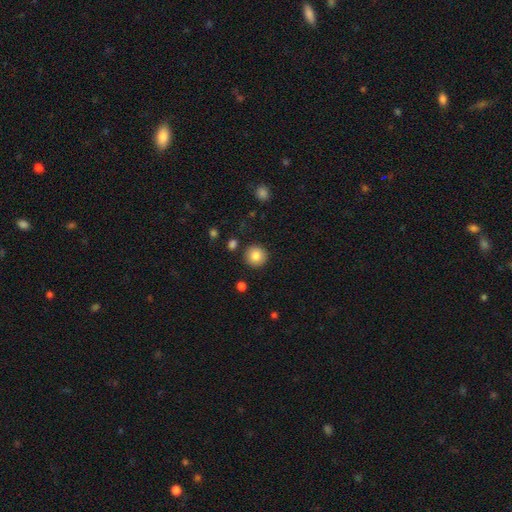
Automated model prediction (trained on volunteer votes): This is clearly a smooth galaxy (85%). How rounded: clearly round (94%). Merging: clearly none (90%).